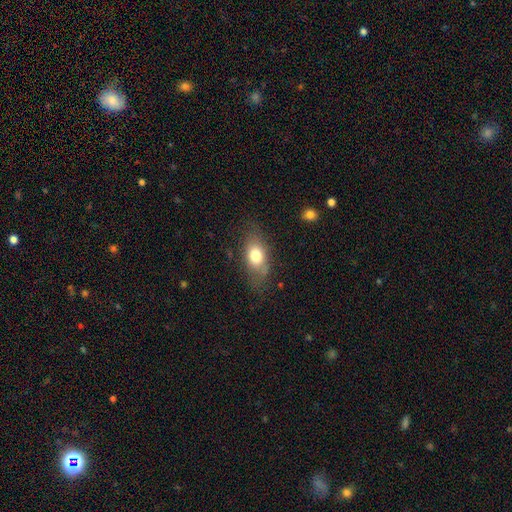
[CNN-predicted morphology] Q: Smooth or featured?
A: smooth (72%); runner-up: featured or disk (19%)
Q: How rounded?
A: in between (82%); runner-up: round (12%)
Q: Merging?
A: none (68%); runner-up: minor disturbance (22%)